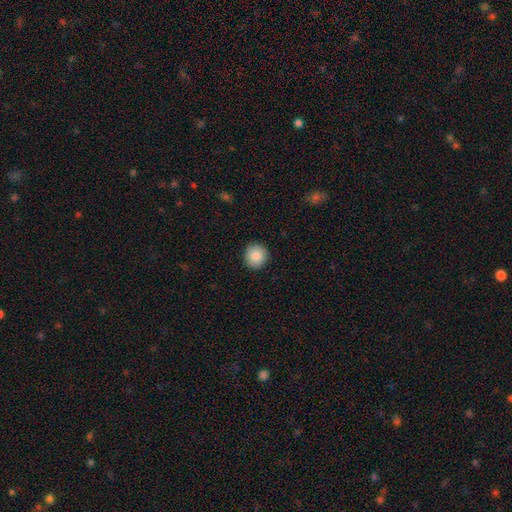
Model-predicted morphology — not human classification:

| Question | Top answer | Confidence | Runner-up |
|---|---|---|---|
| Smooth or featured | smooth | 88% | star or artifact (8%) |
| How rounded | round | 93% | in between (6%) |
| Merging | none | 91% | minor disturbance (6%) |